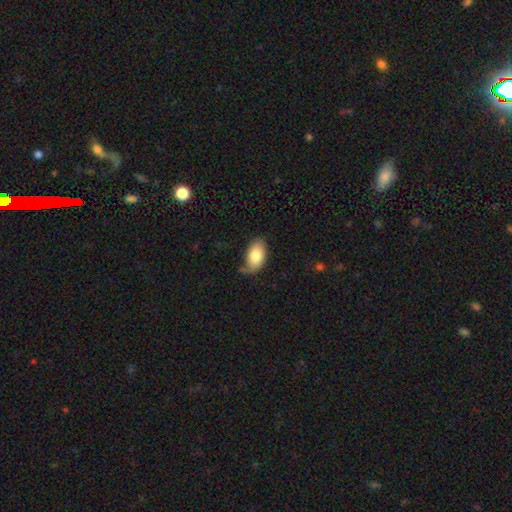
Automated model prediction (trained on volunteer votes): A smooth galaxy with no disk features (78%) that is in between round and cigar-shaped (94%). Merging: none (57%).